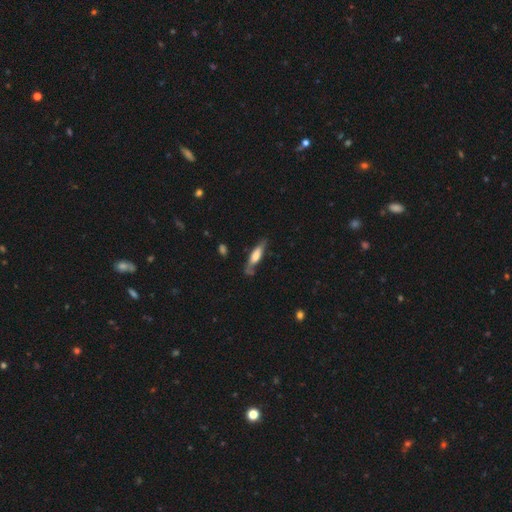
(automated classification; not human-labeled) smooth 51%, featured or disk 43%, star or artifact 6%. Down the decision tree: how rounded — cigar-shaped (69%); merging — none (64%).